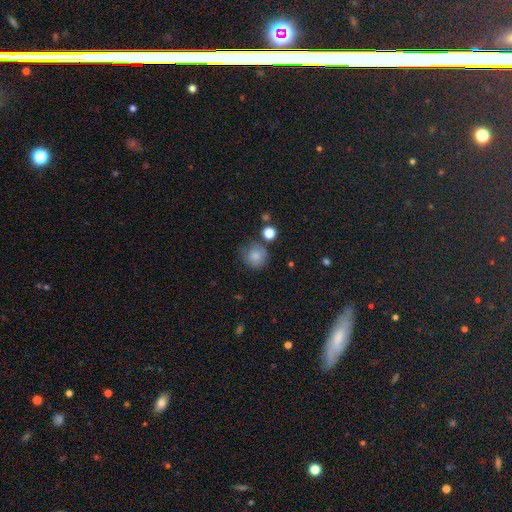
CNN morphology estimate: Q: Smooth or featured?
A: smooth (83%); runner-up: star or artifact (10%)
Q: How rounded?
A: round (89%); runner-up: in between (10%)
Q: Merging?
A: none (70%); runner-up: minor disturbance (19%)